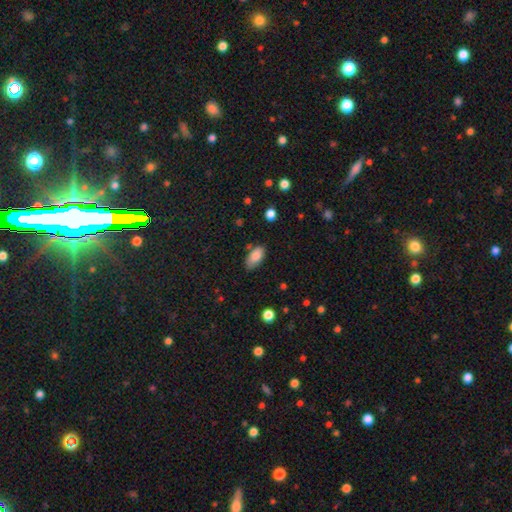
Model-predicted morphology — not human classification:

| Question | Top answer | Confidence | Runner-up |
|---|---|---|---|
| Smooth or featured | smooth | 85% | star or artifact (8%) |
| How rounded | in between | 92% | cigar-shaped (4%) |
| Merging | none | 71% | minor disturbance (21%) |